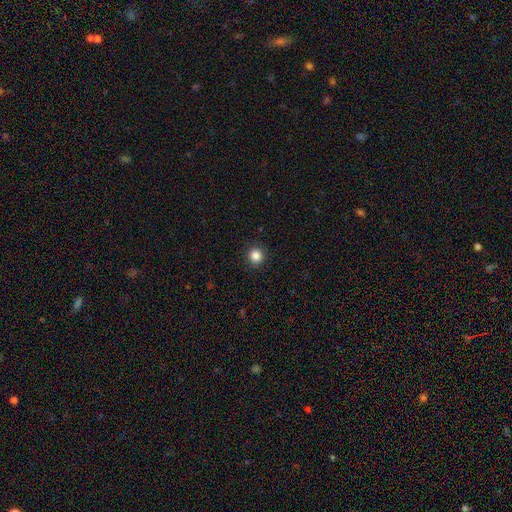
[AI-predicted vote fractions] Smooth or featured?
  - smooth: 85% *
  - star or artifact: 11%
  - featured or disk: 4%
How rounded?
  - round: 93% *
  - in between: 6%
  - cigar-shaped: 1%
Merging?
  - none: 92% *
  - minor disturbance: 5%
  - major disturbance: 2%
  - merger: 1%